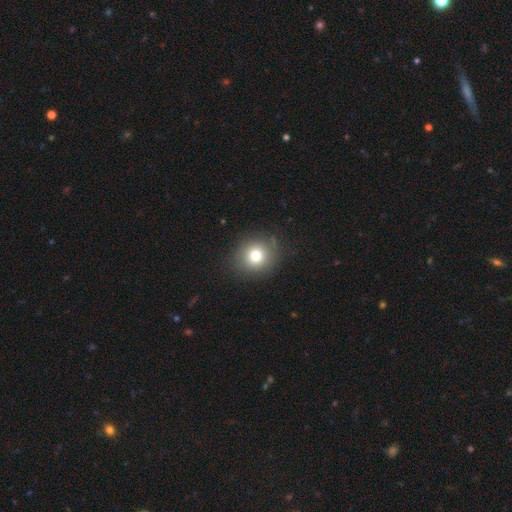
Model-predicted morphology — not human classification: A smooth galaxy with no disk features (76%) that is round (83%).

Vote fractions:
- Smooth or featured? smooth: 76% / star or artifact: 12% / featured or disk: 12%
- How rounded? round: 83% / in between: 17% / cigar-shaped: 1%
- Merging? none: 83% / minor disturbance: 11% / major disturbance: 4% / merger: 1%